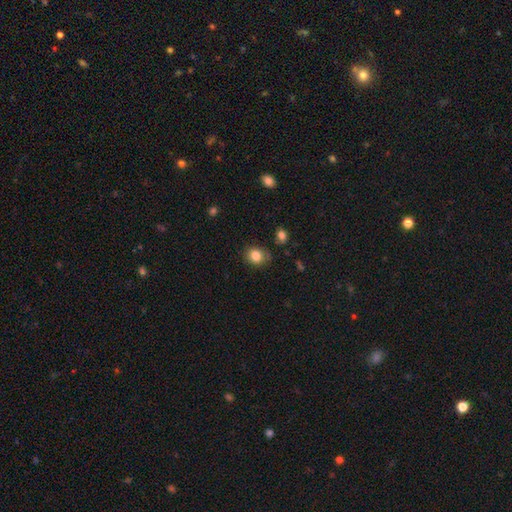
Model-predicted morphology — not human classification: smooth_or_featured: smooth (p=0.84) [alt: star or artifact p=0.10]
how_rounded: round (p=0.70) [alt: in between p=0.29]
merging: none (p=0.75) [alt: minor disturbance p=0.18]